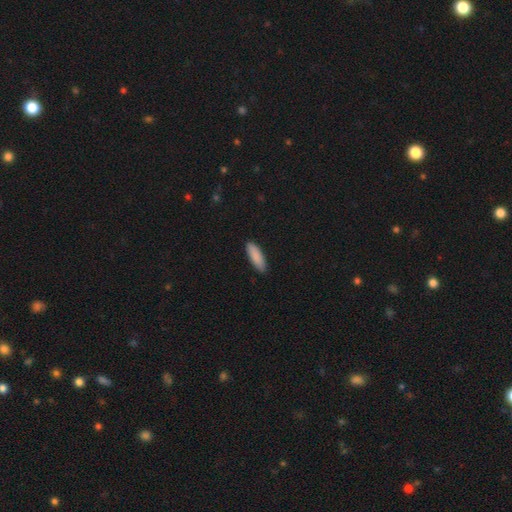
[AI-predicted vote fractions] smooth_or_featured: smooth (p=0.89) [alt: star or artifact p=0.06]
how_rounded: in between (p=0.50) [alt: cigar-shaped p=0.49]
merging: none (p=0.88) [alt: minor disturbance p=0.10]